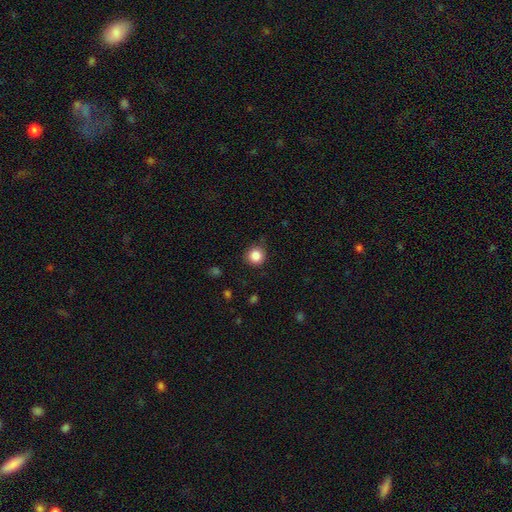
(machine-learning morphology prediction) Smooth or featured? smooth (86%)
How rounded? round (94%)
Merging? none (85%)